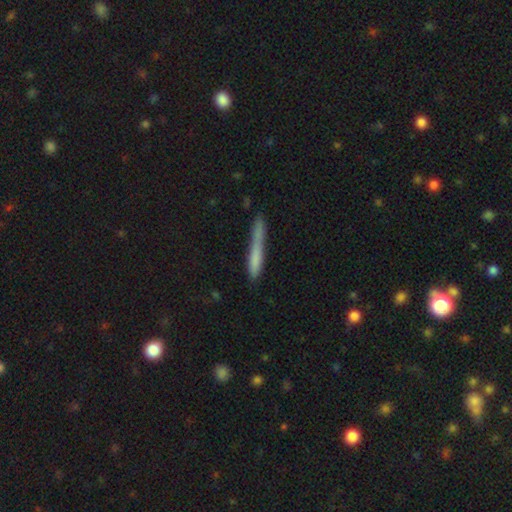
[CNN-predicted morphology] Smooth or featured: smooth — 71% (featured or disk — 21%)
How rounded: cigar-shaped — 95% (in between — 4%)
Merging: none — 61% (minor disturbance — 24%)